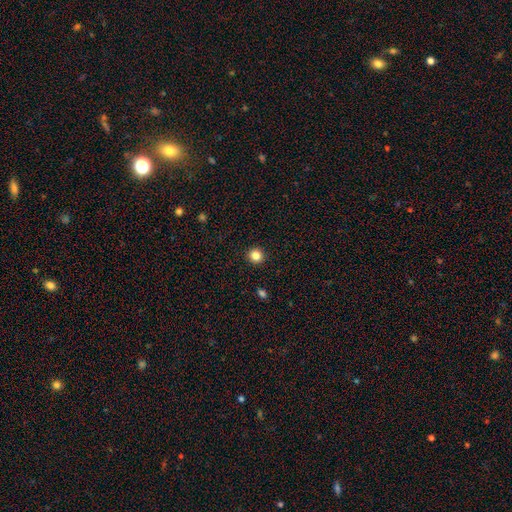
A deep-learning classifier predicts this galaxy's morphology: Smooth or featured? smooth (84%)
How rounded? round (94%)
Merging? none (94%)